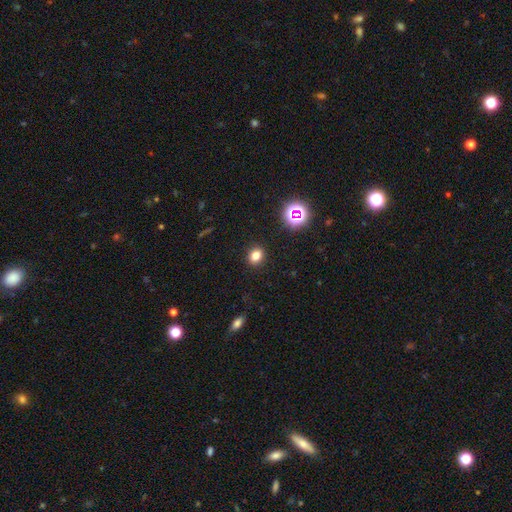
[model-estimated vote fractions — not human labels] smooth-or-featured: smooth: 78% | star or artifact: 16% | featured or disk: 6%
  how-rounded: round: 61% | in between: 38% | cigar-shaped: 1%
  merging: none: 90% | minor disturbance: 6% | major disturbance: 2% | merger: 1%